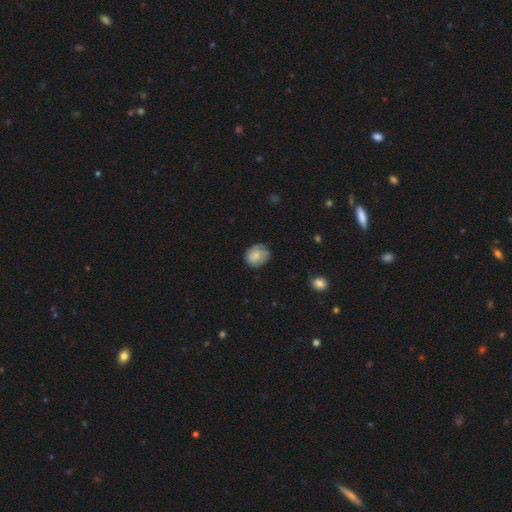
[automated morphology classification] A smooth galaxy with no disk features (73%) that is round (61%).

Vote fractions:
- Smooth or featured? smooth: 73% / featured or disk: 20% / star or artifact: 7%
- How rounded? round: 61% / in between: 38% / cigar-shaped: 1%
- Merging? none: 62% / minor disturbance: 29% / major disturbance: 8% / merger: 1%